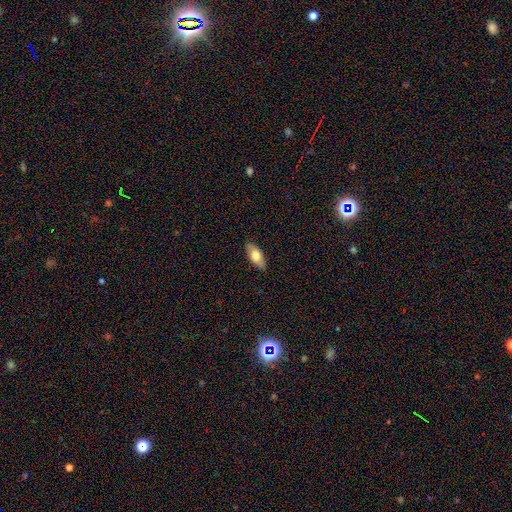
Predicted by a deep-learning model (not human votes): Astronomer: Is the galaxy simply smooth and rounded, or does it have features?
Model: smooth — 69%.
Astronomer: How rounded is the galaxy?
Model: in between — 83%.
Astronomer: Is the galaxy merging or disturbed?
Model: none — 87%.